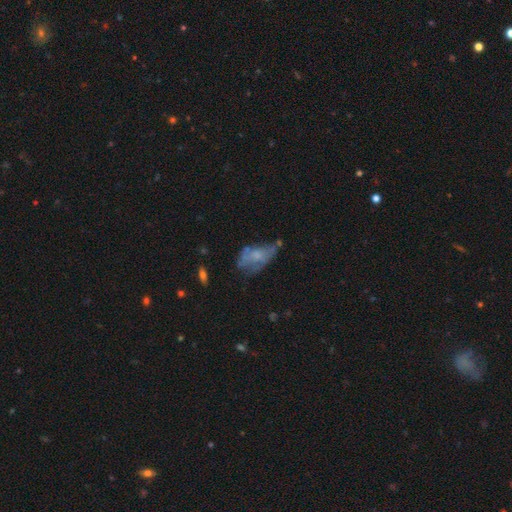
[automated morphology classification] Smooth or featured? Predicted: smooth (p=0.46). Merging? Predicted: none (p=0.33).